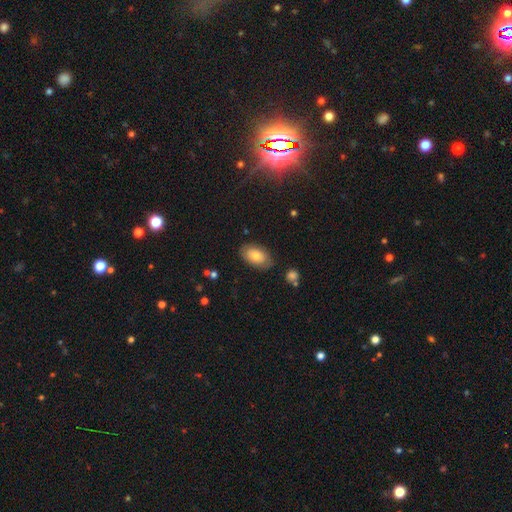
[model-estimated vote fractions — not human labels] smooth 70%, featured or disk 22%, star or artifact 8%. Down the decision tree: how rounded — in between (92%); merging — none (78%).